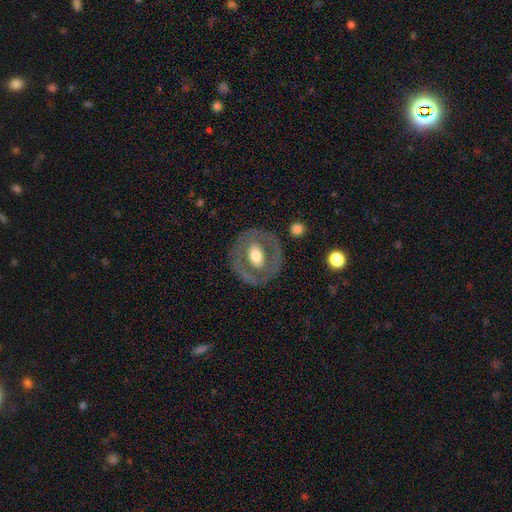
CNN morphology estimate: Smooth or featured: featured or disk — 56% (smooth — 38%)
Edge-on disk: no — 94% (yes — 6%)
Bar: no — 59% (weak — 25%)
Spiral arms: no — 84% (yes — 16%)
Bulge size: moderate — 63% (large — 24%)
Merging: none — 78% (minor disturbance — 12%)